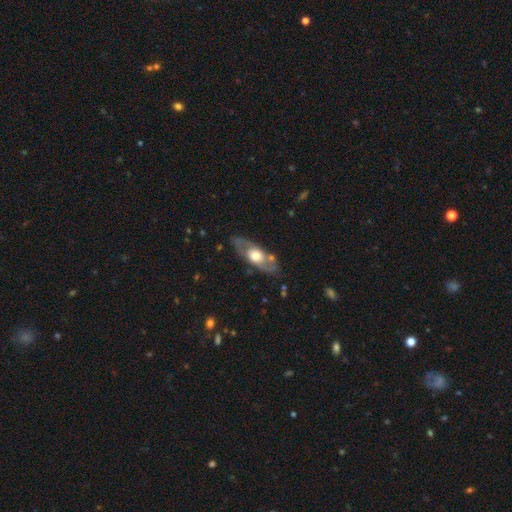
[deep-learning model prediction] Smooth or featured?
  - featured or disk: 60% *
  - smooth: 35%
  - star or artifact: 5%
Edge-on disk?
  - no: 69% *
  - yes: 31%
Merging?
  - none: 77% *
  - minor disturbance: 15%
  - major disturbance: 6%
  - merger: 3%